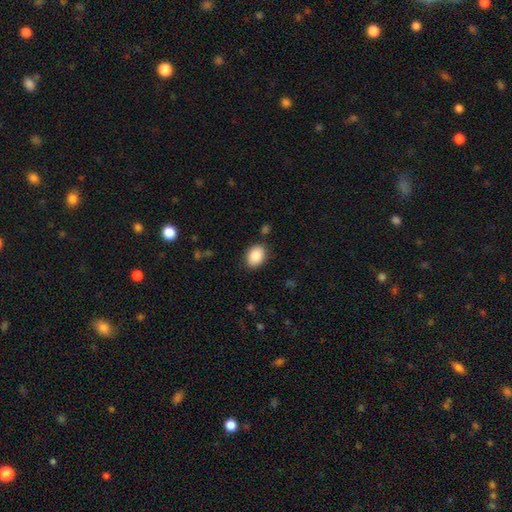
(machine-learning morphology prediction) This appears to be a smooth galaxy with no disk features (88%) that is in between round and cigar-shaped (77%). Merging: none (85%).